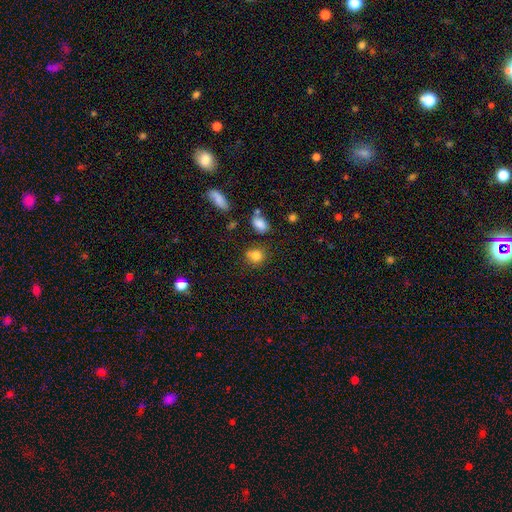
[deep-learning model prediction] Smooth or featured? Predicted: smooth (p=0.80). How rounded? Predicted: round (p=0.66). Merging? Predicted: none (p=0.65).